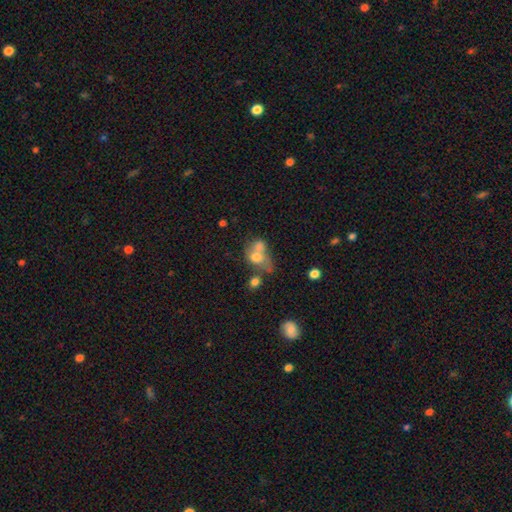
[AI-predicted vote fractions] Morphology: type=smooth (61%); roundness=in between (51%); merging=merger (61%).